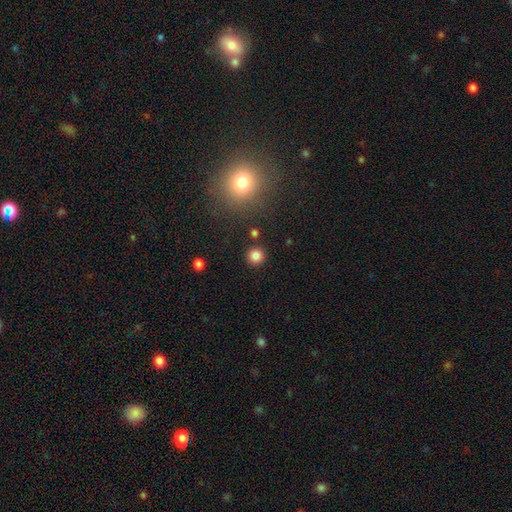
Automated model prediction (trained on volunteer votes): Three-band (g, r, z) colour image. It shows a smooth galaxy with no disk features (83%) that is round (94%). Merging: none (89%).